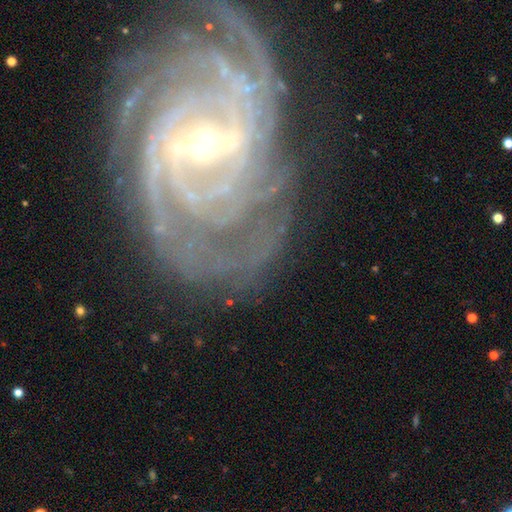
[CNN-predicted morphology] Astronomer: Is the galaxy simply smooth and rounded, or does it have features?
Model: featured or disk — 91%.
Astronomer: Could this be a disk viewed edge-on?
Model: no — 97%.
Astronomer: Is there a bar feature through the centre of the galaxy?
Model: strong — 50% (runner-up: weak, 37%).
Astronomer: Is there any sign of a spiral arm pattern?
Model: yes — 98%.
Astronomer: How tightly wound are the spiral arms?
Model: tight — 71%.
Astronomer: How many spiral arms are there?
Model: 4 — 25% (runner-up: can't tell, 20%).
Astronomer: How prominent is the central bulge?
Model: small — 62%.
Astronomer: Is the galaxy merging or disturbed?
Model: none — 74%.